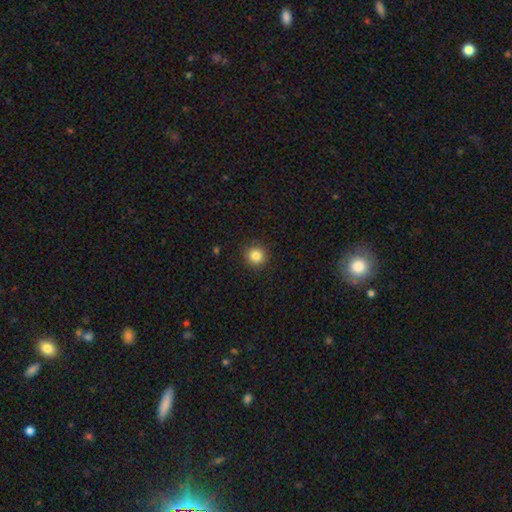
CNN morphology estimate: Smooth or featured: smooth — 84% (star or artifact — 11%)
How rounded: round — 93% (in between — 6%)
Merging: none — 91% (minor disturbance — 6%)